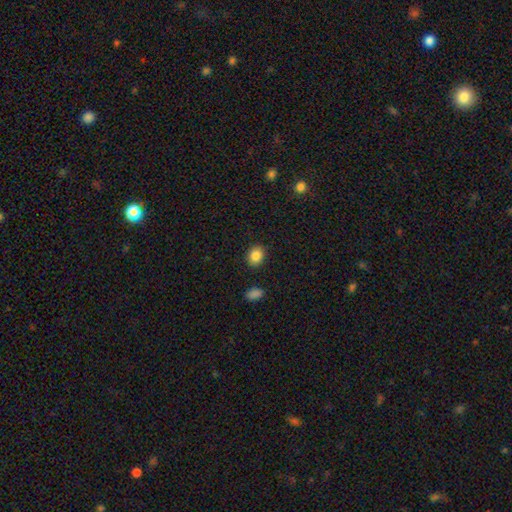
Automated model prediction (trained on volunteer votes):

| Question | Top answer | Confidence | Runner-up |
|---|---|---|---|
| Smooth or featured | smooth | 86% | star or artifact (9%) |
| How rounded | round | 55% | in between (45%) |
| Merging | none | 88% | minor disturbance (8%) |